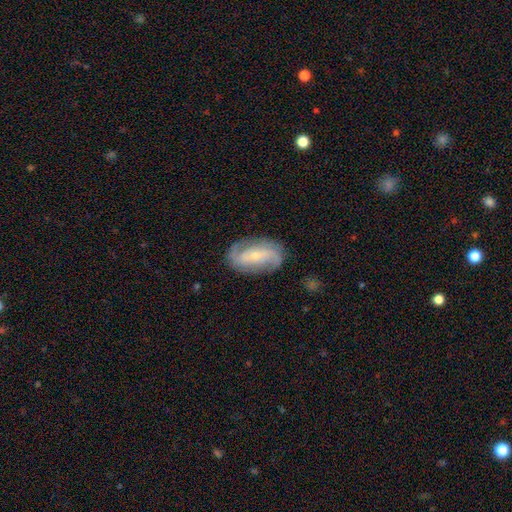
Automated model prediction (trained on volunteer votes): Smooth or featured?
  - featured or disk: 82% *
  - smooth: 12%
  - star or artifact: 6%
Edge-on disk?
  - no: 95% *
  - yes: 5%
Bar?
  - no: 38% *
  - weak: 36%
  - strong: 25%
Spiral arms?
  - yes: 93% *
  - no: 7%
Spiral winding?
  - medium: 43% *
  - tight: 32%
  - loose: 25%
Spiral arm count?
  - 2: 70% *
  - can't tell: 12%
  - 3: 9%
  - 1: 3%
  - 4: 3%
  - more than 4: 2%
Bulge size?
  - small: 67% *
  - moderate: 29%
  - large: 1%
  - none: 1%
  - dominant: 1%
Merging?
  - none: 78% *
  - minor disturbance: 15%
  - major disturbance: 5%
  - merger: 1%